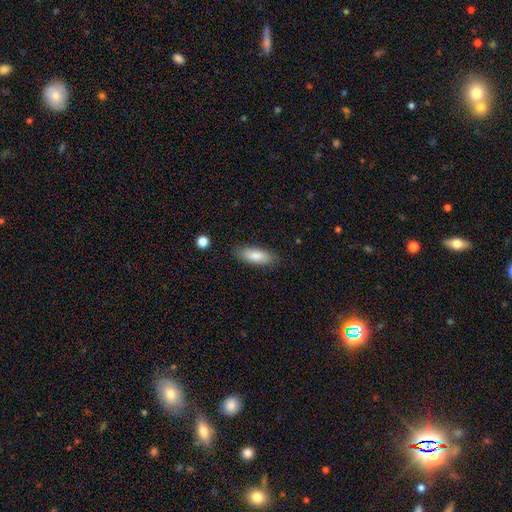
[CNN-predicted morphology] A smooth galaxy with no disk features (82%) that is in between round and cigar-shaped (76%).

Vote fractions:
- Smooth or featured? smooth: 82% / featured or disk: 12% / star or artifact: 6%
- How rounded? in between: 76% / cigar-shaped: 22% / round: 2%
- Merging? none: 83% / minor disturbance: 12% / major disturbance: 3% / merger: 1%